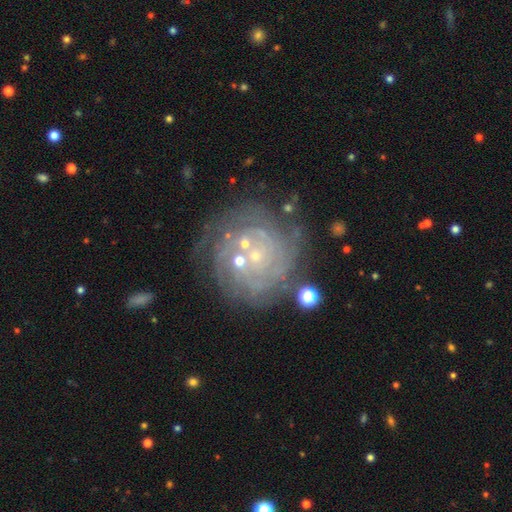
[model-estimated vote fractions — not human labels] featured or disk 80%, smooth 10%, star or artifact 10%. Down the decision tree: edge-on disk — no (98%); bar — no (80%); spiral arms — yes (93%); spiral arm count — can't tell (35%); spiral winding — tight (81%); bulge size — small (82%); merging — none (68%).